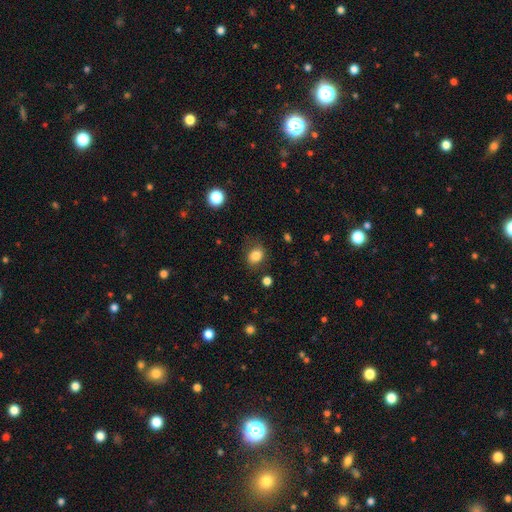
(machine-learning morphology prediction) Smooth or featured?
  - smooth: 82% *
  - star or artifact: 10%
  - featured or disk: 8%
How rounded?
  - in between: 53% *
  - round: 46%
  - cigar-shaped: 1%
Merging?
  - none: 72% *
  - minor disturbance: 19%
  - major disturbance: 7%
  - merger: 2%